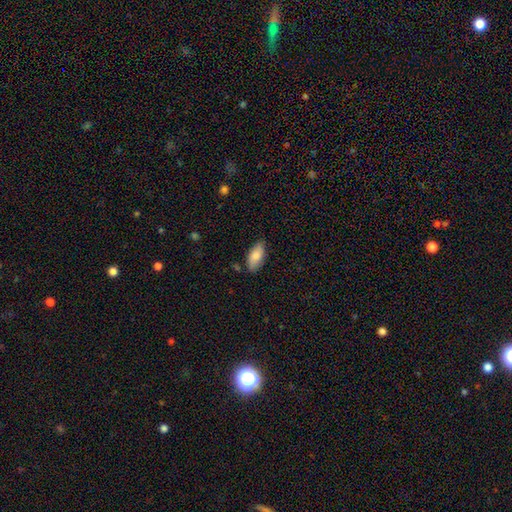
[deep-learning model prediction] smooth-or-featured: smooth: 79% | featured or disk: 14% | star or artifact: 6%
  how-rounded: in between: 91% | cigar-shaped: 7% | round: 2%
  merging: none: 80% | minor disturbance: 16% | major disturbance: 3% | merger: 2%